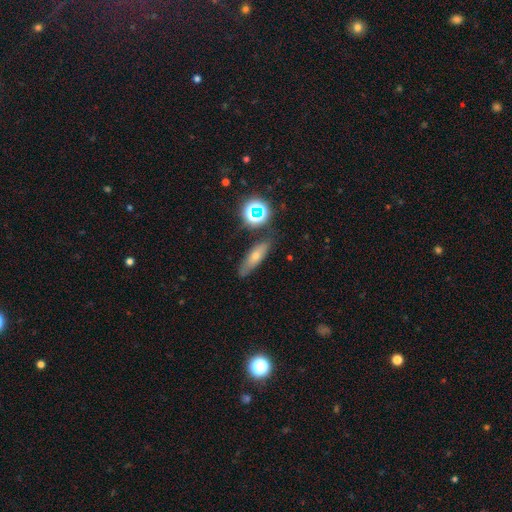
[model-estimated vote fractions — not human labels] A smooth galaxy with no disk features (47%).

Vote fractions:
- Smooth or featured? smooth: 47% / featured or disk: 33% / star or artifact: 20%
- Merging? none: 79% / minor disturbance: 13% / merger: 4% / major disturbance: 4%